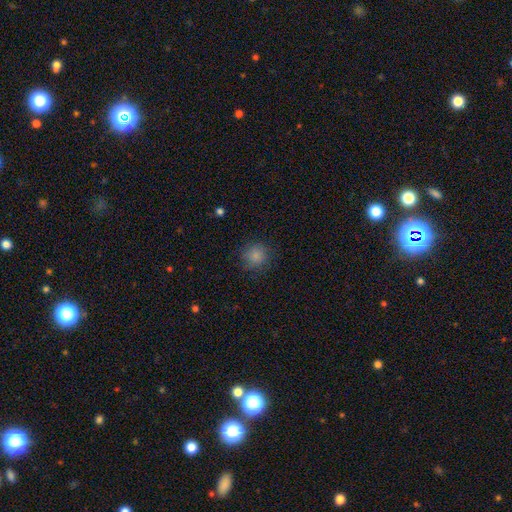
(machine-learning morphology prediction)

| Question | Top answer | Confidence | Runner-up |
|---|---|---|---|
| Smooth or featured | smooth | 84% | star or artifact (11%) |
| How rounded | round | 90% | in between (9%) |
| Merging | none | 84% | minor disturbance (11%) |